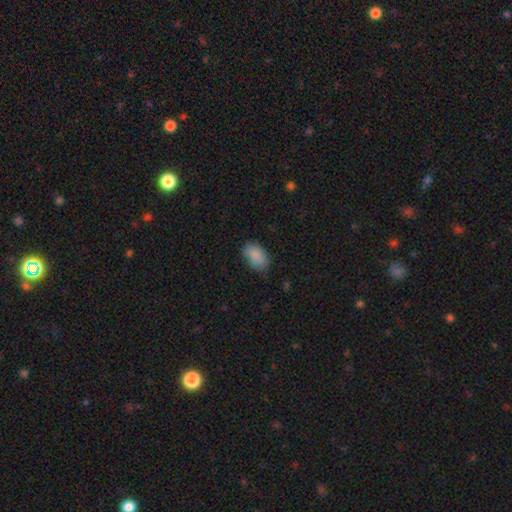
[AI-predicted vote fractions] Smooth or featured: smooth — 88% (star or artifact — 7%)
How rounded: in between — 89% (round — 9%)
Merging: none — 74% (minor disturbance — 20%)